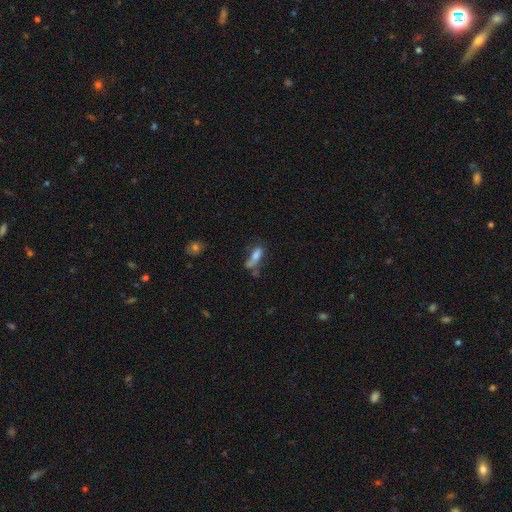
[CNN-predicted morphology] This appears to be a smooth galaxy with no disk features (68%) that is in between round and cigar-shaped (52%). Merging: none (36%).